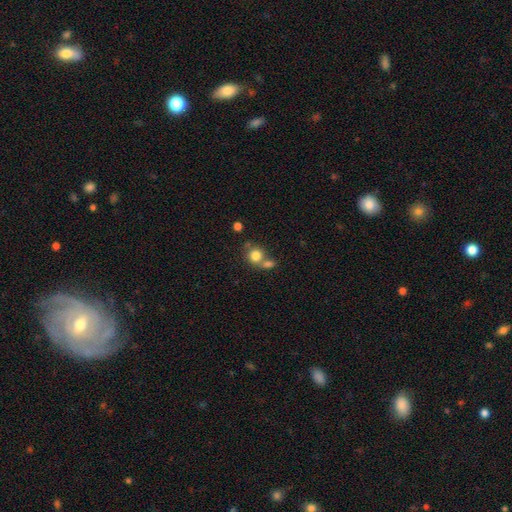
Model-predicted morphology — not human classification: Smooth or featured: smooth — 80% (star or artifact — 11%)
How rounded: round — 82% (in between — 17%)
Merging: none — 47% (merger — 39%)